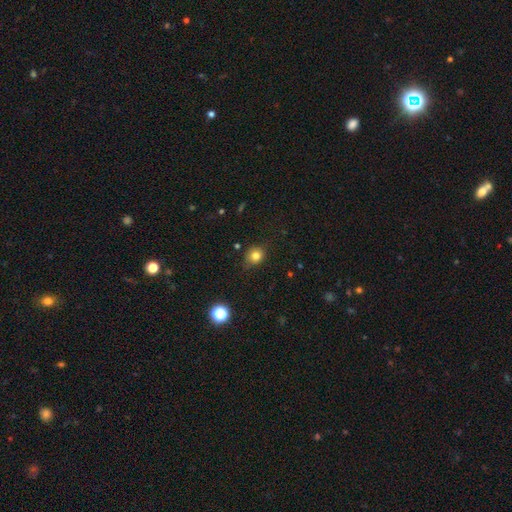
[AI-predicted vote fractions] smooth_or_featured: smooth (p=0.80) [alt: star or artifact p=0.13]
how_rounded: round (p=0.70) [alt: in between p=0.29]
merging: none (p=0.74) [alt: minor disturbance p=0.20]